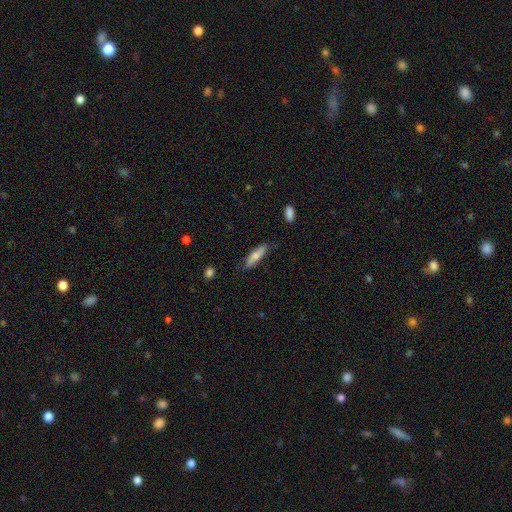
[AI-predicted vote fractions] Smooth or featured? Predicted: smooth (p=0.64). How rounded? Predicted: cigar-shaped (p=0.63). Merging? Predicted: none (p=0.78).